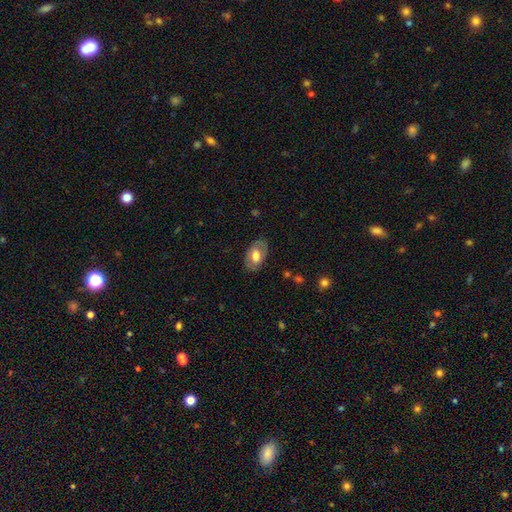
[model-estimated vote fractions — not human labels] Smooth or featured?
  - smooth: 56% *
  - featured or disk: 38%
  - star or artifact: 6%
How rounded?
  - in between: 91% *
  - round: 8%
  - cigar-shaped: 1%
Merging?
  - none: 80% *
  - minor disturbance: 15%
  - major disturbance: 4%
  - merger: 1%